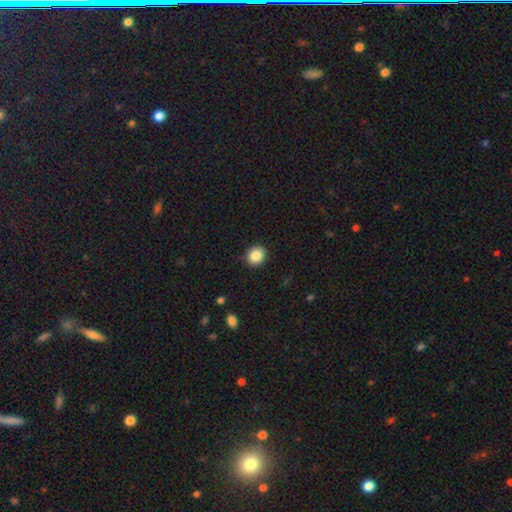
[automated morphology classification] Overall: smooth (86%). How rounded: round (78%). Merging: none (90%).